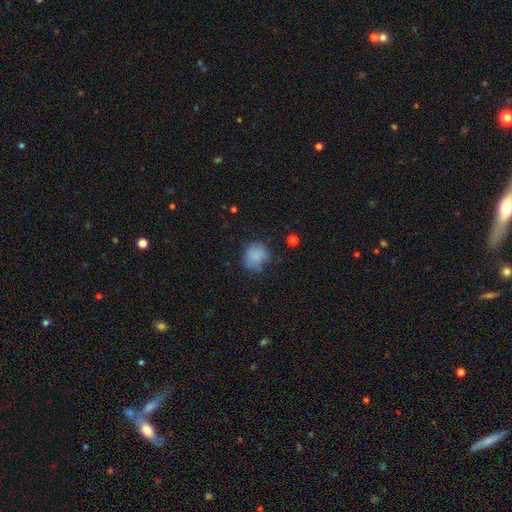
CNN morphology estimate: Smooth or featured: smooth — 80% (star or artifact — 11%)
How rounded: round — 73% (in between — 27%)
Merging: none — 56% (minor disturbance — 29%)